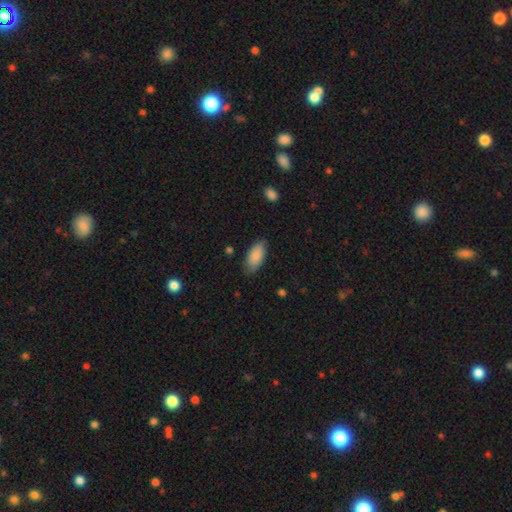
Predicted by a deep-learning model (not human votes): Morphology: type=smooth (86%); roundness=in between (90%); merging=none (79%).